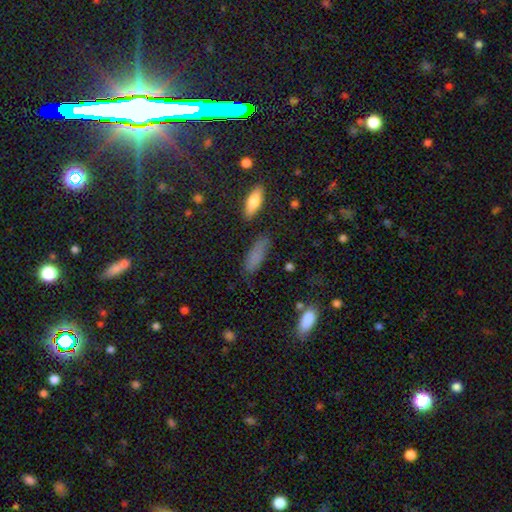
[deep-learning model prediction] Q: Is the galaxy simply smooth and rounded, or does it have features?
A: smooth — 78%.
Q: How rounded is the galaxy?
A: in between — 51%.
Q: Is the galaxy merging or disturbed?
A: none — 73%.